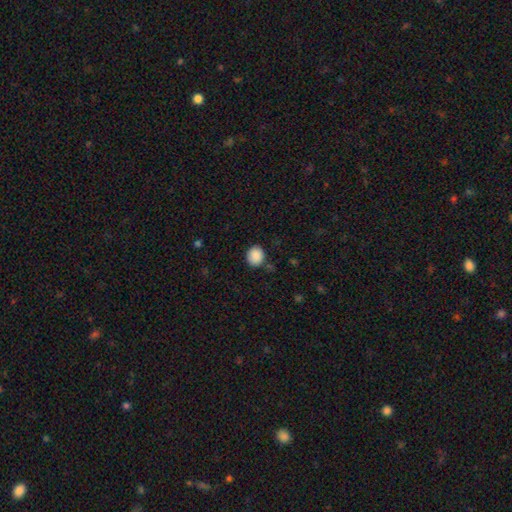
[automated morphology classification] Q: Smooth or featured?
A: smooth (89%); runner-up: star or artifact (8%)
Q: How rounded?
A: round (67%); runner-up: in between (33%)
Q: Merging?
A: none (84%); runner-up: minor disturbance (11%)